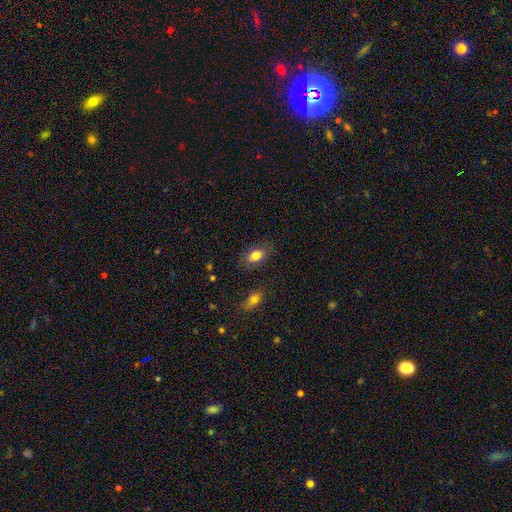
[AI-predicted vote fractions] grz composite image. It shows a smooth galaxy with no disk features (81%) that is in between round and cigar-shaped (86%). Merging: none (82%).